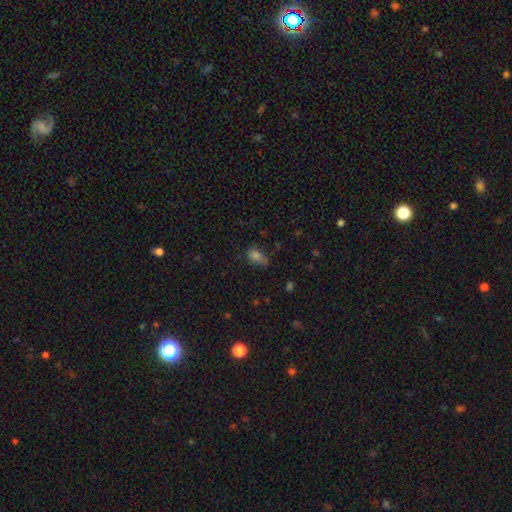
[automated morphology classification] Q: Smooth or featured?
A: smooth (75%); runner-up: star or artifact (16%)
Q: How rounded?
A: in between (80%); runner-up: round (16%)
Q: Merging?
A: none (48%); runner-up: minor disturbance (33%)